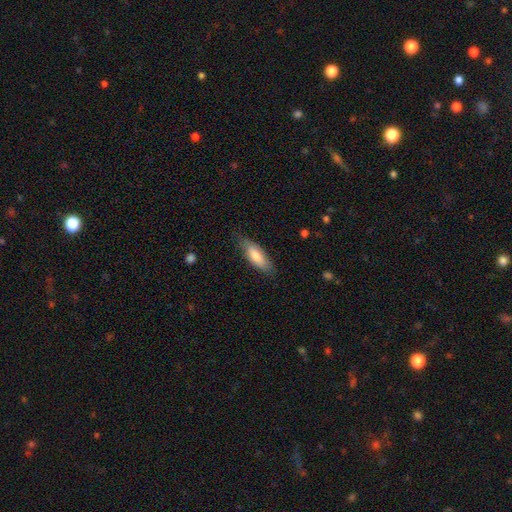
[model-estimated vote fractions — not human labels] A smooth galaxy with no disk features (80%) that is in between round and cigar-shaped (65%). Merging: none (76%).